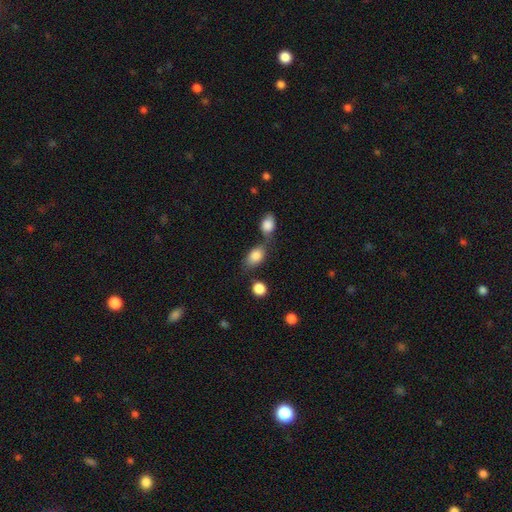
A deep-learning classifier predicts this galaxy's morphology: A smooth galaxy with no disk features (83%) that is in between round and cigar-shaped (83%). Merging: none (50%).